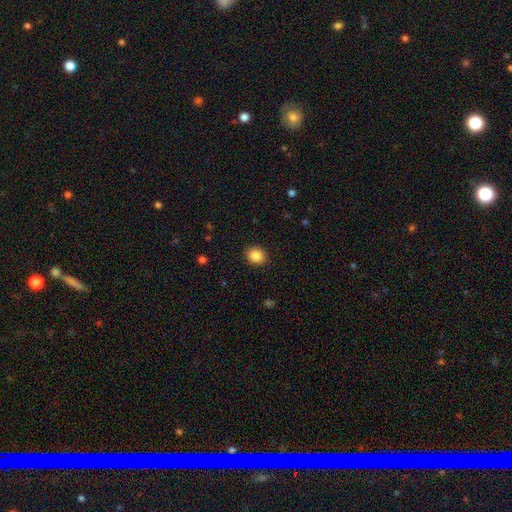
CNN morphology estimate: This appears to be a smooth galaxy with no disk features (87%) that is round (70%). Merging: none (90%).